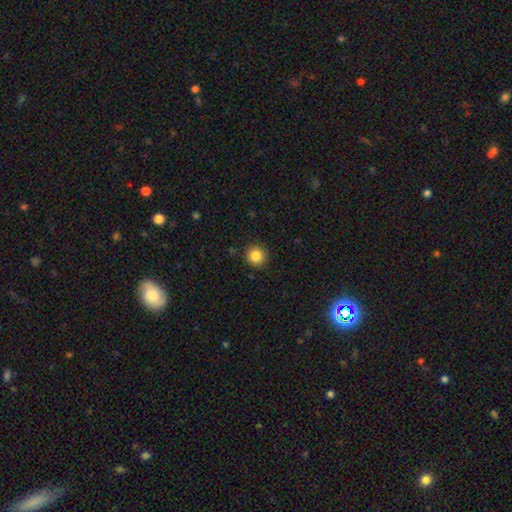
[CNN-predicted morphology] smooth_or_featured: smooth (p=0.85) [alt: star or artifact p=0.10]
how_rounded: round (p=0.94) [alt: in between p=0.05]
merging: none (p=0.91) [alt: minor disturbance p=0.06]